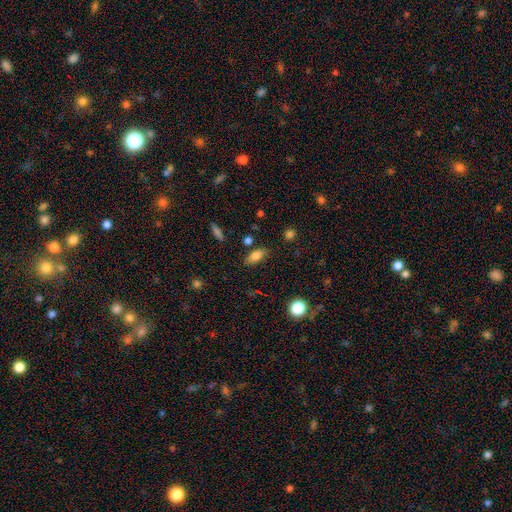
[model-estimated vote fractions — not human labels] Overall: smooth (80%). How rounded: in between (81%). Merging: none (81%).